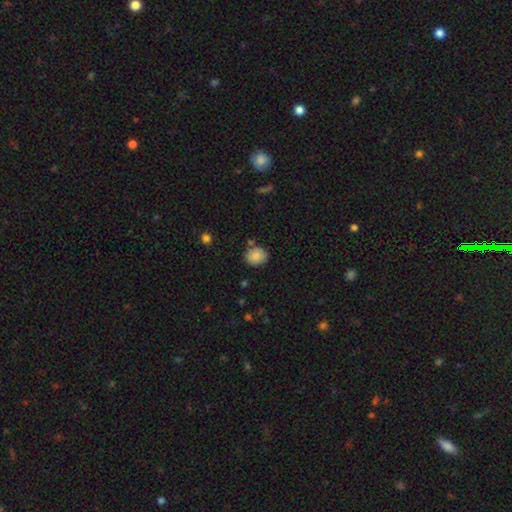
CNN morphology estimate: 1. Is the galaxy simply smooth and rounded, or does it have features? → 85% smooth, 8% star or artifact, 7% featured or disk.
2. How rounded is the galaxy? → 63% round, 36% in between, 1% cigar-shaped.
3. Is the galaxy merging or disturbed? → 78% none, 13% minor disturbance, 5% merger, 3% major disturbance.